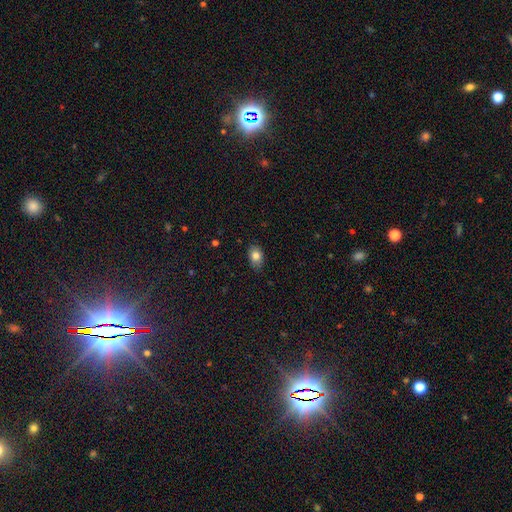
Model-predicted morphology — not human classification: Smooth or featured?
  - smooth: 82% *
  - star or artifact: 9%
  - featured or disk: 9%
How rounded?
  - in between: 79% *
  - round: 20%
  - cigar-shaped: 1%
Merging?
  - none: 82% *
  - minor disturbance: 15%
  - major disturbance: 3%
  - merger: 1%